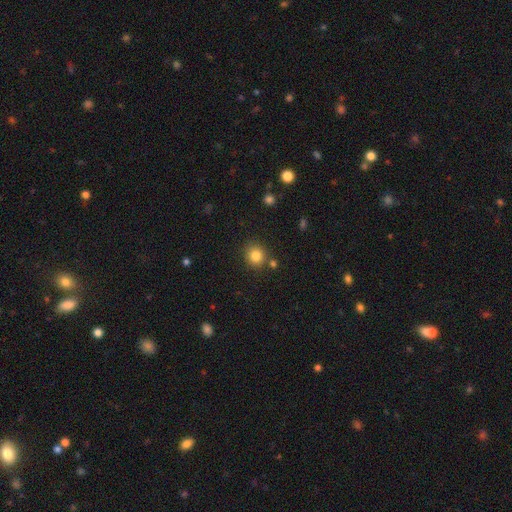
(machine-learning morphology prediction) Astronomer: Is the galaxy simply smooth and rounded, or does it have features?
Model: smooth — 83%.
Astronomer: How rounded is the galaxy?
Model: round — 87%.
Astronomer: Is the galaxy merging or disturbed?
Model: none — 80%.